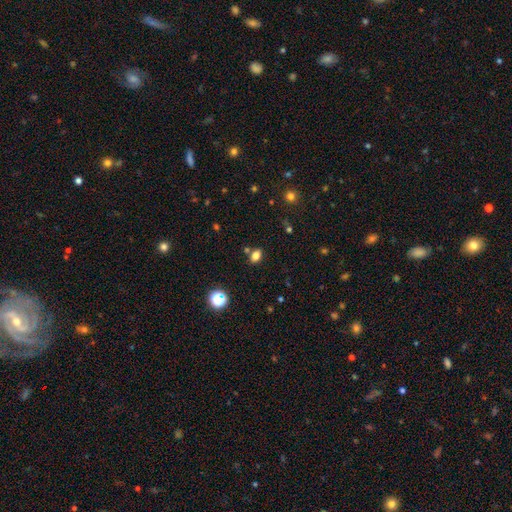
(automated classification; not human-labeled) This is likely a smooth galaxy (79%). How rounded: likely in between (76%). Merging: likely none (75%).